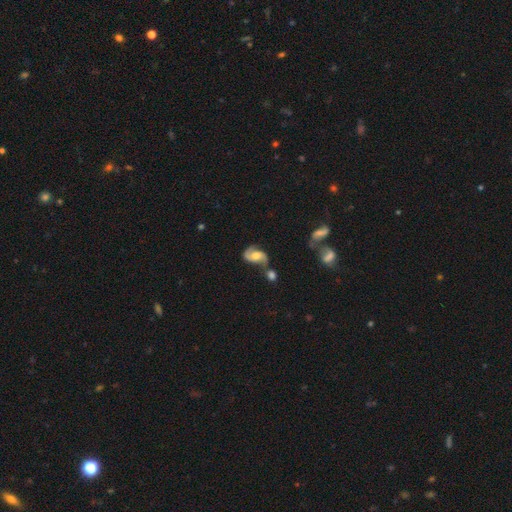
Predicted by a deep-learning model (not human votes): This is likely a featured or disk galaxy (79%). It is clearly not viewed edge-on (97%). Bar: possibly no (53%). Spiral arm pattern: clearly yes (94%). Spiral arm count: clearly 2 (90%). Spiral winding: possibly medium (47%). Central bulge: likely moderate (64%). Merging: marginally none (45%).